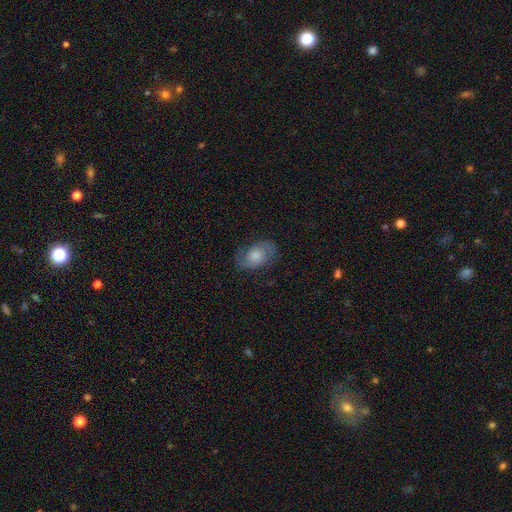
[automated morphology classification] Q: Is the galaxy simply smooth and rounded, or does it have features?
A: featured or disk — 49%.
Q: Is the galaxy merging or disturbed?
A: none — 72%.